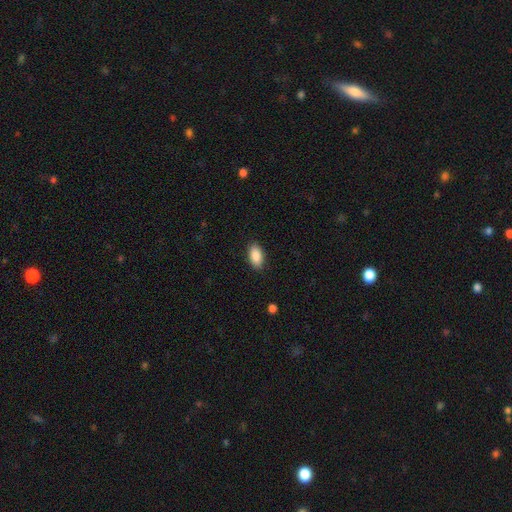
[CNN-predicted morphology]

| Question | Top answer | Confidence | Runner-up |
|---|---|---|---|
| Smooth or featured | smooth | 89% | star or artifact (7%) |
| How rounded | in between | 93% | cigar-shaped (4%) |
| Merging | none | 89% | minor disturbance (8%) |